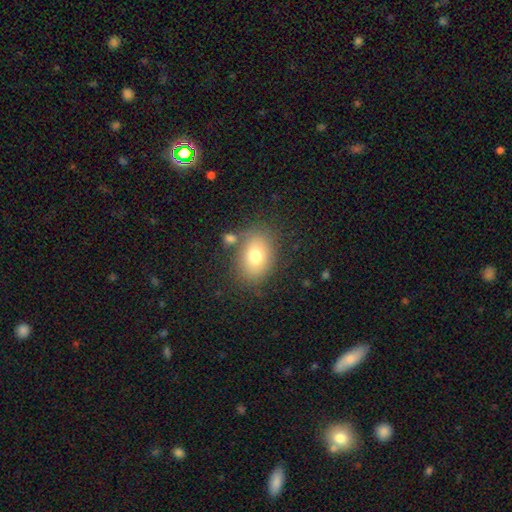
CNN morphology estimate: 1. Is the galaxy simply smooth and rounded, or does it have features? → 74% smooth, 15% featured or disk, 11% star or artifact.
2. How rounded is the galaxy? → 70% in between, 29% round, 1% cigar-shaped.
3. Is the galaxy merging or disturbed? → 73% none, 14% minor disturbance, 8% merger, 5% major disturbance.